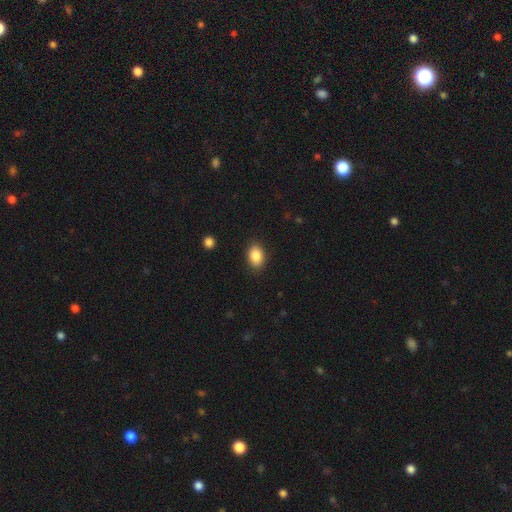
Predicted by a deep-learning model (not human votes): smooth 88%, star or artifact 8%, featured or disk 4%. Down the decision tree: how rounded — in between (84%); merging — none (88%).